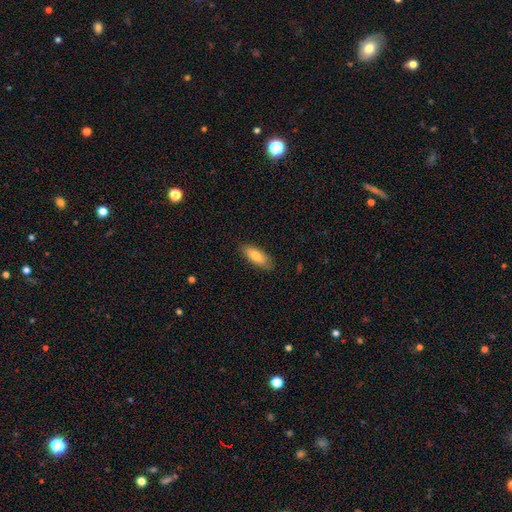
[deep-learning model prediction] A smooth galaxy with no disk features (79%) that is in between round and cigar-shaped (70%).

Vote fractions:
- Smooth or featured? smooth: 79% / featured or disk: 15% / star or artifact: 6%
- How rounded? in between: 70% / cigar-shaped: 29% / round: 2%
- Merging? none: 85% / minor disturbance: 12% / major disturbance: 2% / merger: 1%